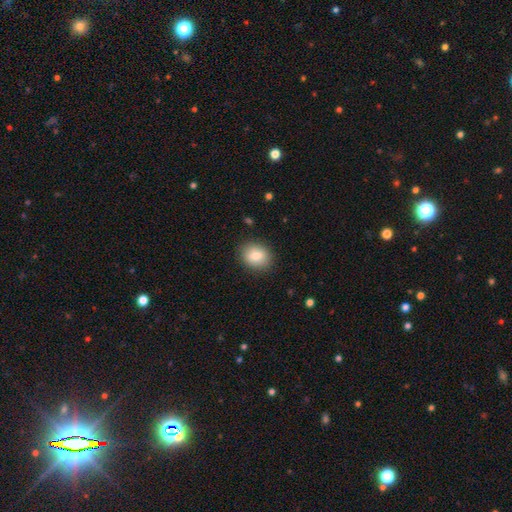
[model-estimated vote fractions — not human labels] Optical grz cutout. It shows a smooth galaxy with no disk features (83%) that is round (57%). Merging: none (87%).